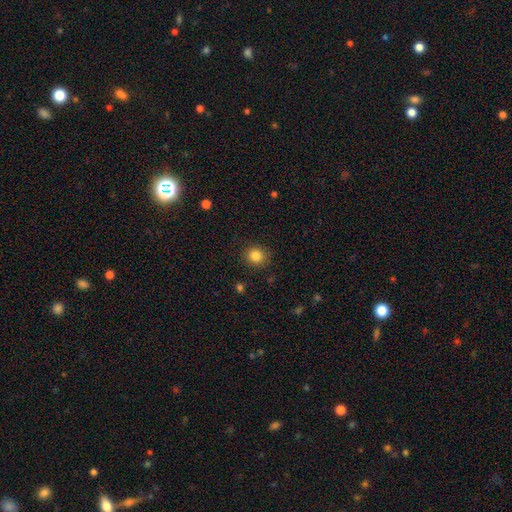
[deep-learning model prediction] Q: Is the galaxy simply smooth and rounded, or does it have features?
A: smooth — 84%.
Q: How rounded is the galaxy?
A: round — 85%.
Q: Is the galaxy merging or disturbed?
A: none — 87%.